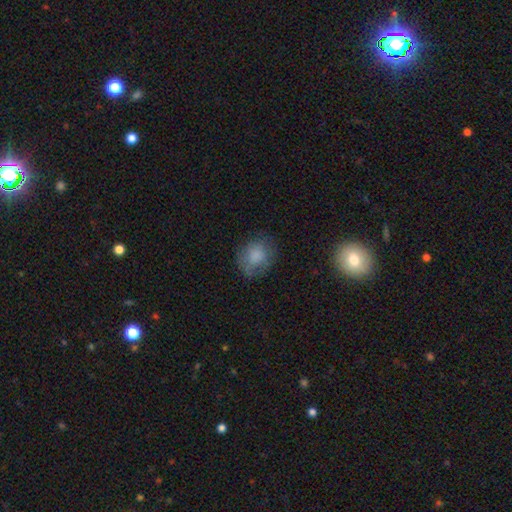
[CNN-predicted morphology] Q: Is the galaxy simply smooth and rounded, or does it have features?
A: smooth — 78%.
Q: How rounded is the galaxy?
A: round — 64%.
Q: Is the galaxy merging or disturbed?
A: none — 67%.